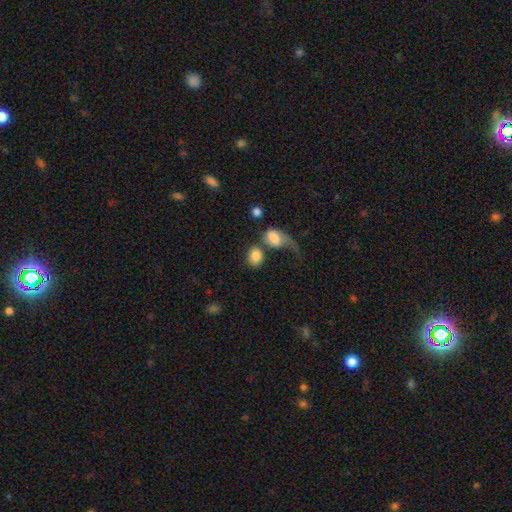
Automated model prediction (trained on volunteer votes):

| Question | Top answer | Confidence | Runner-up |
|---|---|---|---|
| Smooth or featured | smooth | 80% | featured or disk (12%) |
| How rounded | round | 52% | in between (46%) |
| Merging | none | 39% | merger (33%) |